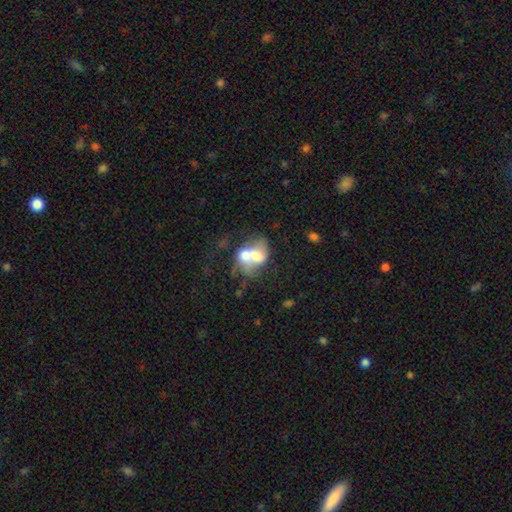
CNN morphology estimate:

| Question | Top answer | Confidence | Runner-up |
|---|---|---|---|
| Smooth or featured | smooth | 51% | featured or disk (40%) |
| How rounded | in between | 58% | round (41%) |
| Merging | merger | 73% | none (12%) |